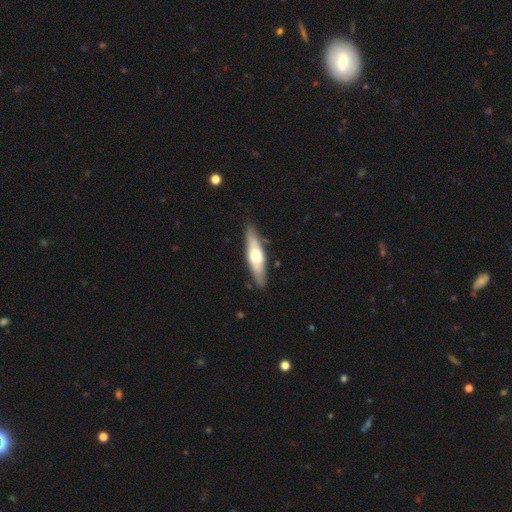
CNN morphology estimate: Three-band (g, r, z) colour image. It shows a featured or disk galaxy (49%). Merging: none (83%).